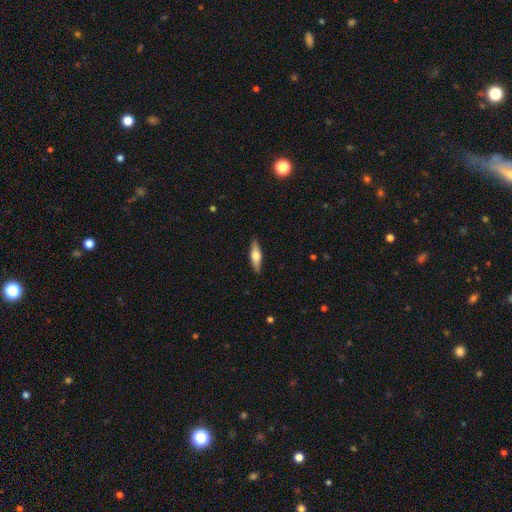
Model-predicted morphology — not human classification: Smooth or featured? Predicted: smooth (p=0.54). How rounded? Predicted: cigar-shaped (p=0.58). Merging? Predicted: none (p=0.88).